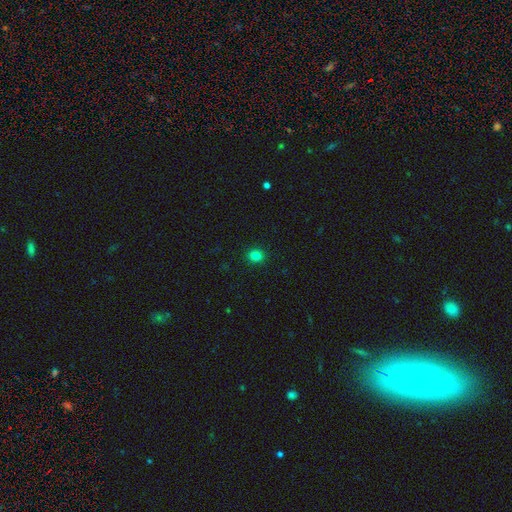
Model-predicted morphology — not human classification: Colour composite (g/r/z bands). It shows a smooth galaxy with no disk features (82%) that is round (80%). Merging: none (92%).